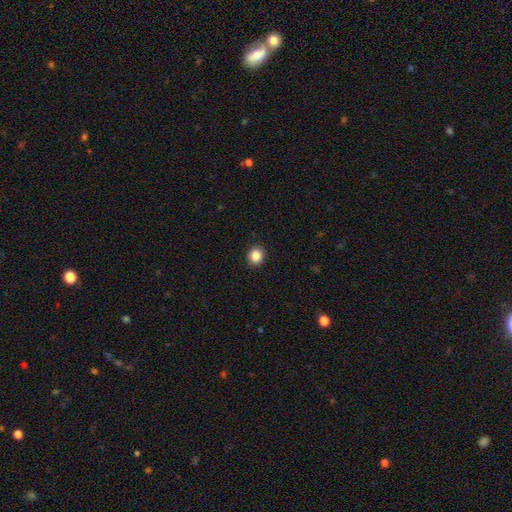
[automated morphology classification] Smooth or featured: smooth — 87% (star or artifact — 10%)
How rounded: round — 85% (in between — 14%)
Merging: none — 92% (minor disturbance — 5%)